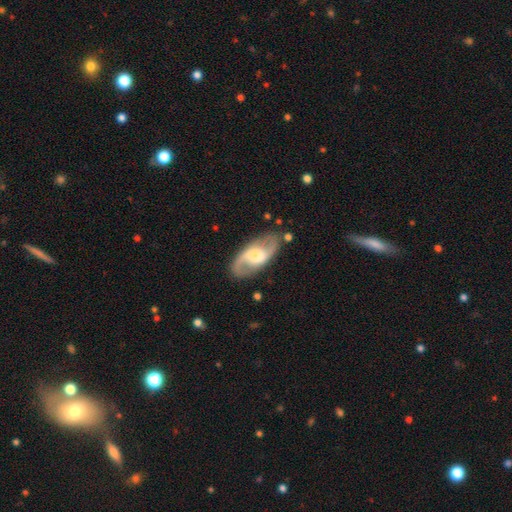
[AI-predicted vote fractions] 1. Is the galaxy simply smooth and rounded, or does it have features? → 79% featured or disk, 16% smooth, 5% star or artifact.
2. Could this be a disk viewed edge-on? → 95% no, 5% yes.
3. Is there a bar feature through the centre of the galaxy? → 48% weak, 34% no, 18% strong.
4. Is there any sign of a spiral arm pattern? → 92% yes, 8% no.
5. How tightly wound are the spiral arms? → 46% loose, 42% medium, 12% tight.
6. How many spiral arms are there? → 91% 2, 4% can't tell, 2% 1, 1% 3, 1% 4, 1% more than 4.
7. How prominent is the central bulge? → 47% moderate, 23% large, 22% small, 6% none, 3% dominant.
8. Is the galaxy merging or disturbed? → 82% none, 12% minor disturbance, 4% major disturbance, 2% merger.